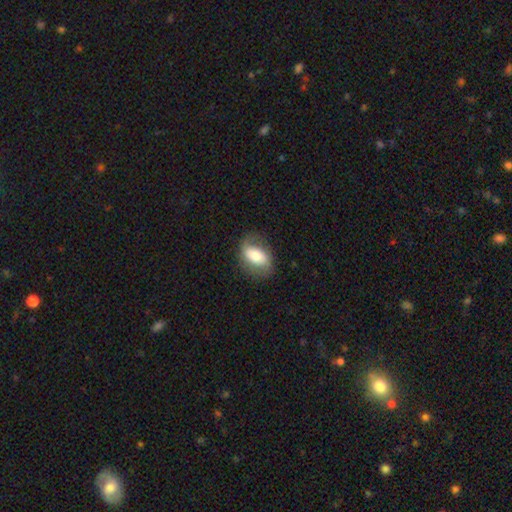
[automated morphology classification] This appears to be a smooth galaxy with no disk features (53%) that is in between round and cigar-shaped (84%). Merging: none (73%).